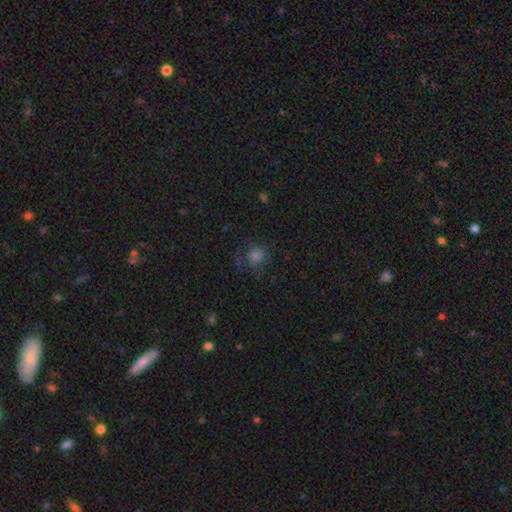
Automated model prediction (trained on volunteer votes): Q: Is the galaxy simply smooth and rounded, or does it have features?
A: smooth — 65%.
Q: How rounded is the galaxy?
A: round — 83%.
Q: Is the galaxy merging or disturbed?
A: none — 65%.